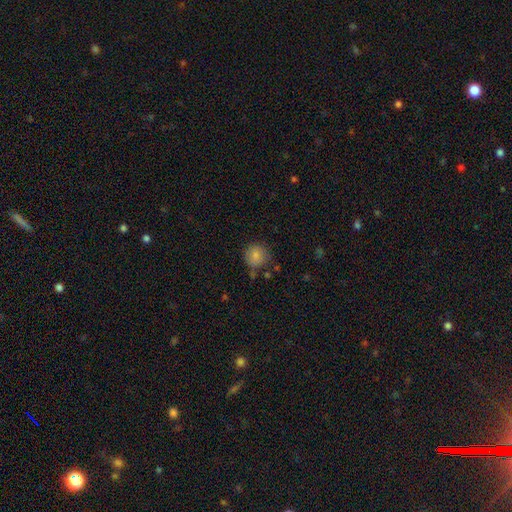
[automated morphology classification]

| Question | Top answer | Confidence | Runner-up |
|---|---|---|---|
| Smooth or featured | smooth | 83% | star or artifact (10%) |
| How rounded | round | 91% | in between (8%) |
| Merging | none | 77% | minor disturbance (14%) |